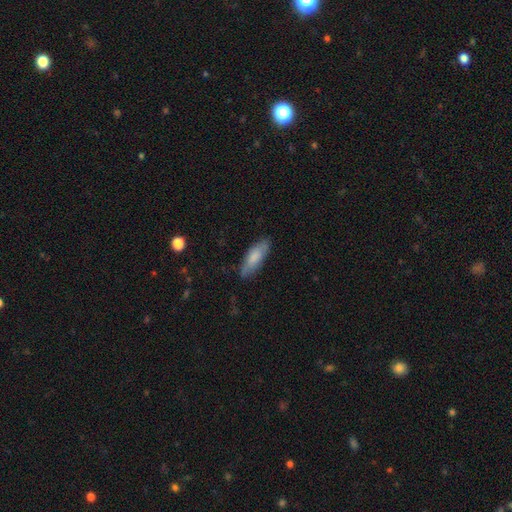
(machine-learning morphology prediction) A smooth galaxy with no disk features (78%) that is in between round and cigar-shaped (57%). Merging: none (78%).